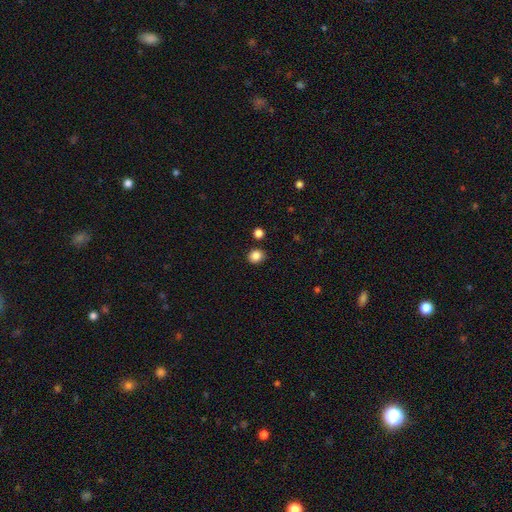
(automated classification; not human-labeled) Smooth or featured: smooth — 86% (star or artifact — 11%)
How rounded: round — 81% (in between — 18%)
Merging: none — 86% (minor disturbance — 8%)